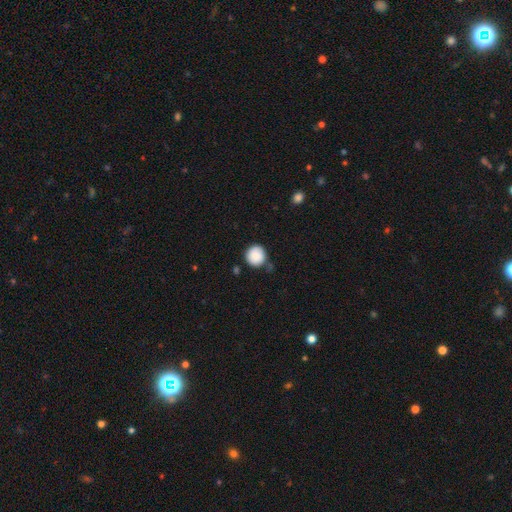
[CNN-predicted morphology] Q: Smooth or featured?
A: smooth (87%); runner-up: star or artifact (8%)
Q: How rounded?
A: round (93%); runner-up: in between (6%)
Q: Merging?
A: none (77%); runner-up: minor disturbance (16%)